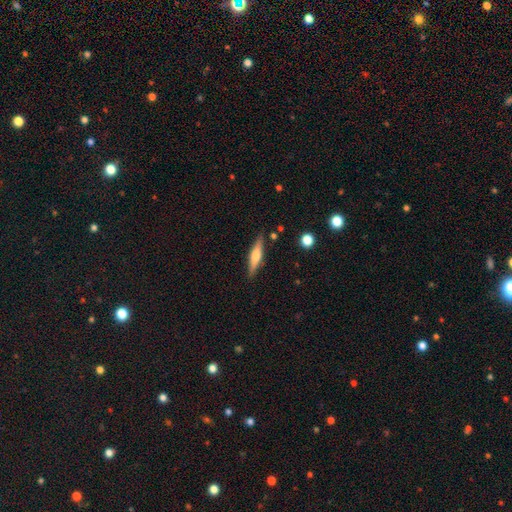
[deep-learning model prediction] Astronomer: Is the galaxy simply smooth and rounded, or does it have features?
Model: featured or disk — 50% (runner-up: smooth, 44%).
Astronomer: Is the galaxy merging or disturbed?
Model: none — 87%.